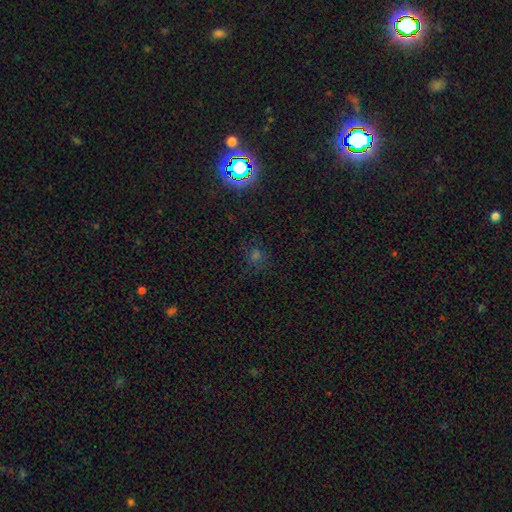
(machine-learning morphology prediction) This appears to be a star or artifact, not a galaxy (48%).